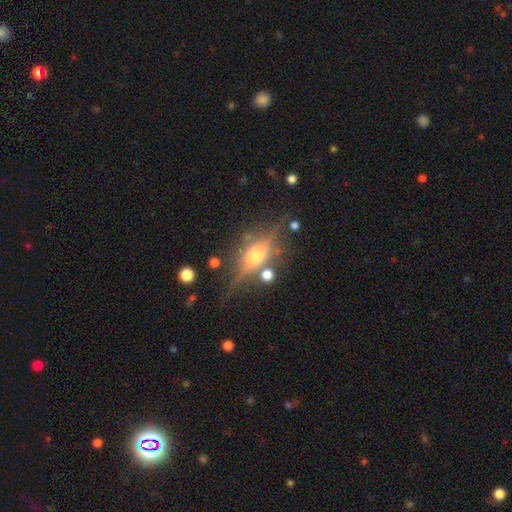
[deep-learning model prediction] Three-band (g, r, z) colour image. It shows a featured or disk galaxy (72%) viewed edge-on (92%) with a rounded central bulge (92%). Merging: none (77%).